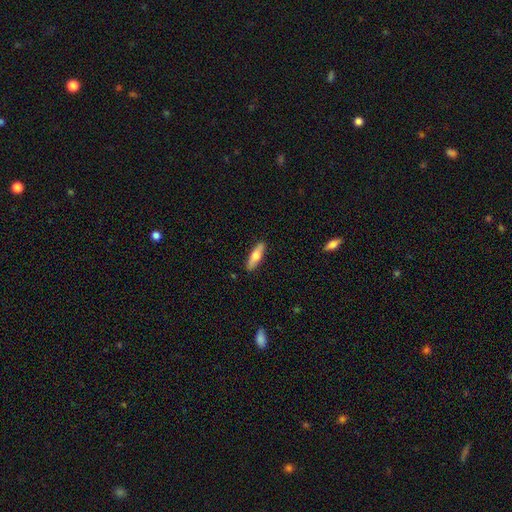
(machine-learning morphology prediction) Smooth or featured? Predicted: smooth (p=0.59). How rounded? Predicted: cigar-shaped (p=0.61). Merging? Predicted: none (p=0.89).